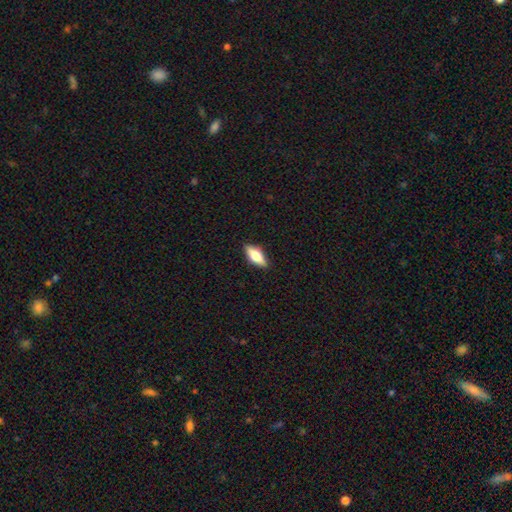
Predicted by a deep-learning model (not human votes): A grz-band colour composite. It shows a smooth galaxy with no disk features (62%) that is in between round and cigar-shaped (76%). Merging: none (88%).